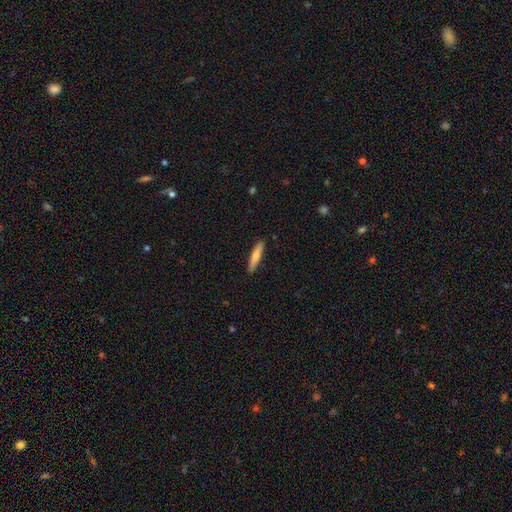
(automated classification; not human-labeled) Smooth or featured? smooth (65%)
How rounded? cigar-shaped (88%)
Merging? none (89%)